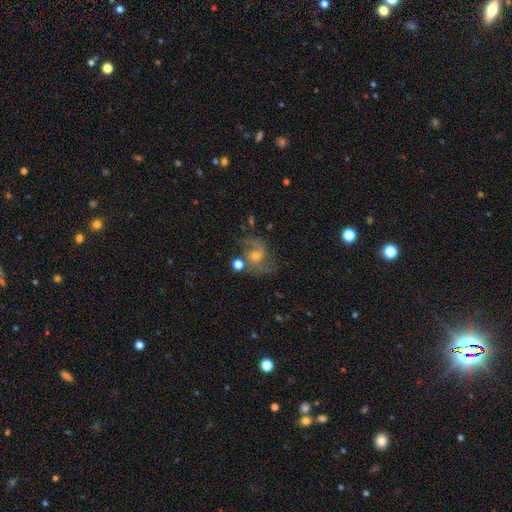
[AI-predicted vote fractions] A featured or disk galaxy (78%) with no bar (60%), 2 (86%) medium (49%) spiral arms (94%) and a small central bulge (48%).

Vote fractions:
- Smooth or featured? featured or disk: 78% / smooth: 12% / star or artifact: 11%
- Edge-on disk? no: 98% / yes: 2%
- Bar? no: 60% / weak: 33% / strong: 6%
- Spiral arms? yes: 94% / no: 6%
- Spiral winding? medium: 49% / loose: 40% / tight: 11%
- Spiral arm count? 2: 86% / can't tell: 5% / 1: 4% / 3: 2% / 4: 1% / more than 4: 1%
- Bulge size? small: 48% / moderate: 42% / none: 5% / large: 4% / dominant: 1%
- Merging? none: 63% / minor disturbance: 17% / major disturbance: 13% / merger: 7%